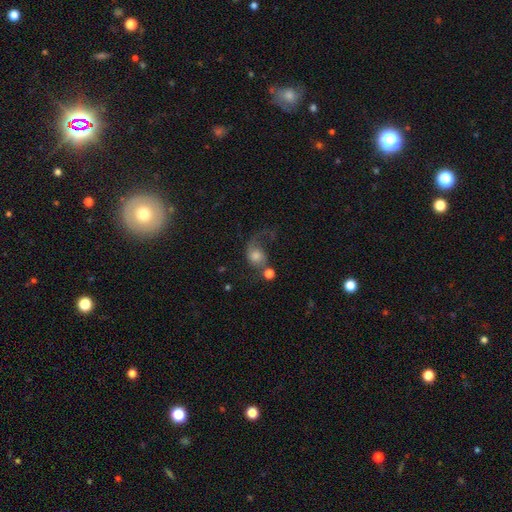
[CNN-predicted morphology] type=featured or disk (53%); edge-on=no (97%); bar=no (74%); spiral arms=yes (86%); bulge=moderate (40%); merging=major disturbance (35%).